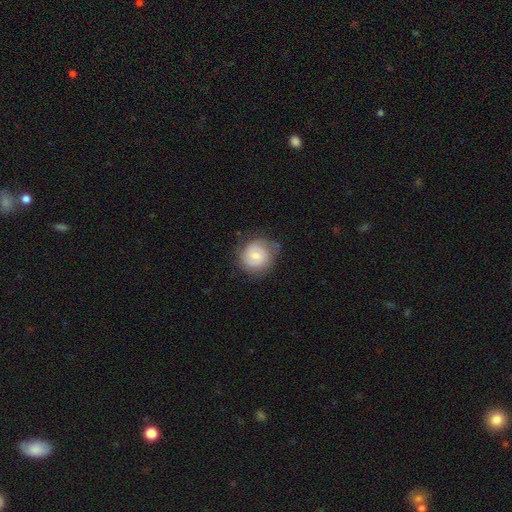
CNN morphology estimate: Overall: smooth (47%; featured or disk 46%). Merging: none (70%).